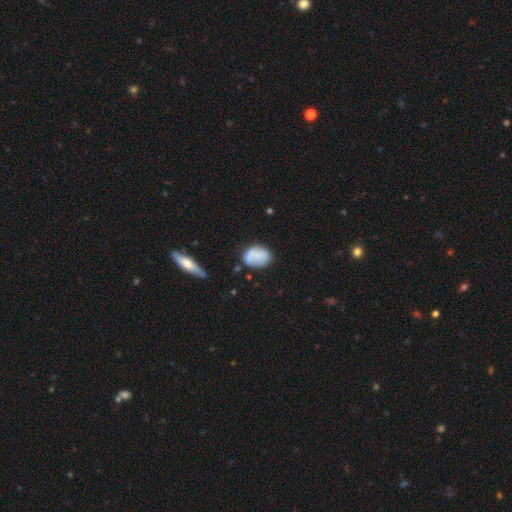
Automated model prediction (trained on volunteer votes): smooth-or-featured: smooth: 75% | featured or disk: 17% | star or artifact: 8%
  how-rounded: in between: 66% | round: 32% | cigar-shaped: 2%
  merging: none: 64% | minor disturbance: 25% | major disturbance: 6% | merger: 6%